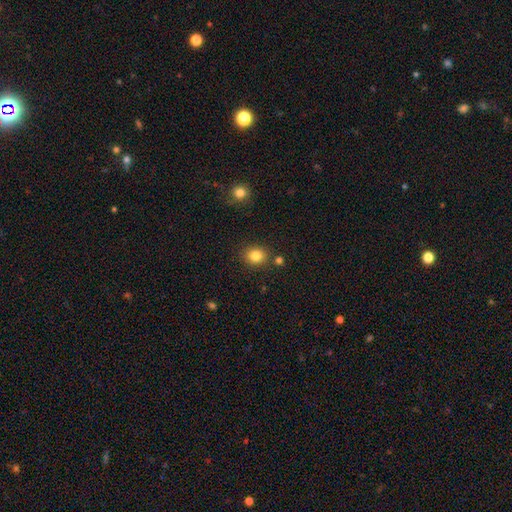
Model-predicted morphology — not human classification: smooth 83%, star or artifact 11%, featured or disk 6%. Down the decision tree: how rounded — round (71%); merging — none (84%).